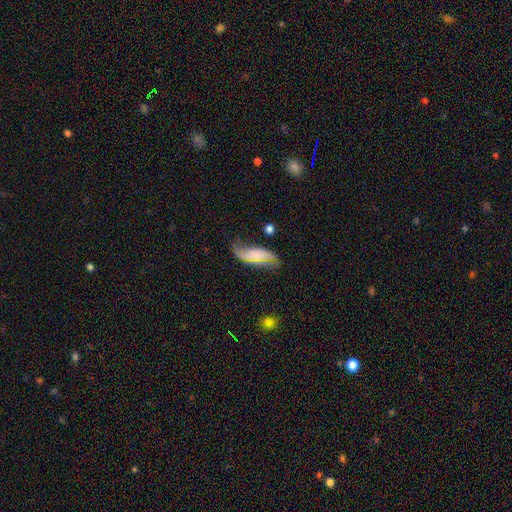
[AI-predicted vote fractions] Smooth or featured? featured or disk (46%)
Merging? none (48%)